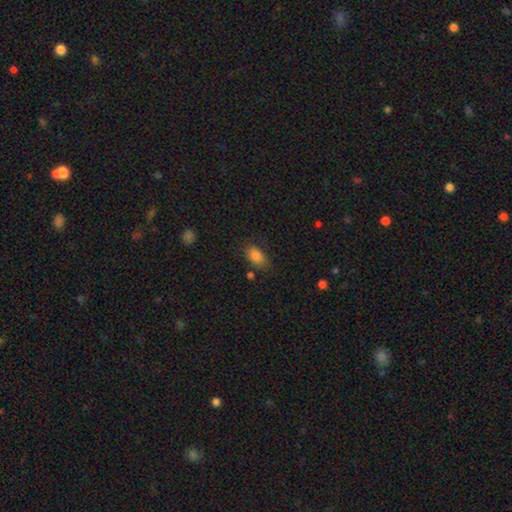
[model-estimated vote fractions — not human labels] Morphology: type=smooth (83%); roundness=in between (90%); merging=none (71%).